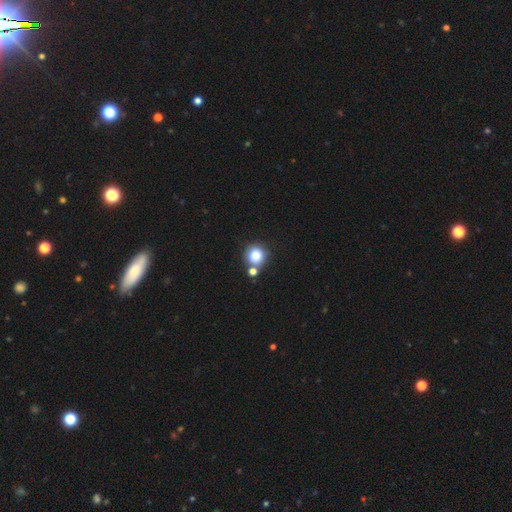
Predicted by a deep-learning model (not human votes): Overall: smooth (82%). How rounded: round (89%). Merging: none (63%).